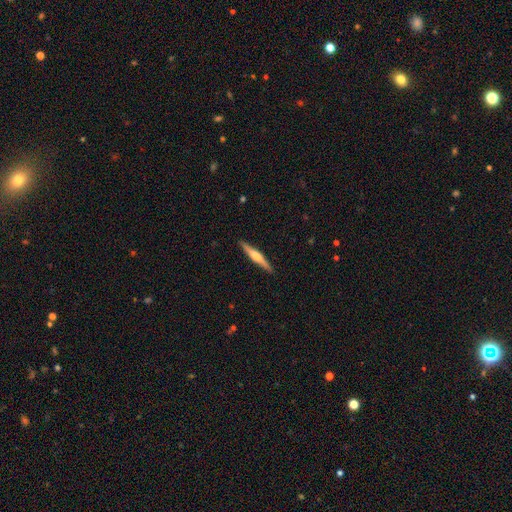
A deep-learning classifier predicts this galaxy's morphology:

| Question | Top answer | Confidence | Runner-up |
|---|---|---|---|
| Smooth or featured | featured or disk | 59% | smooth (36%) |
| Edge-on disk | yes | 97% | no (3%) |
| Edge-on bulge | rounded | 71% | boxy (19%) |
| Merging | none | 89% | minor disturbance (8%) |